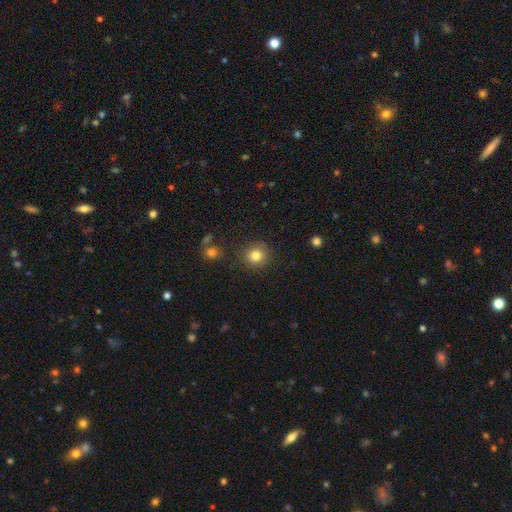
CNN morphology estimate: Smooth or featured? smooth (82%)
How rounded? round (91%)
Merging? none (87%)